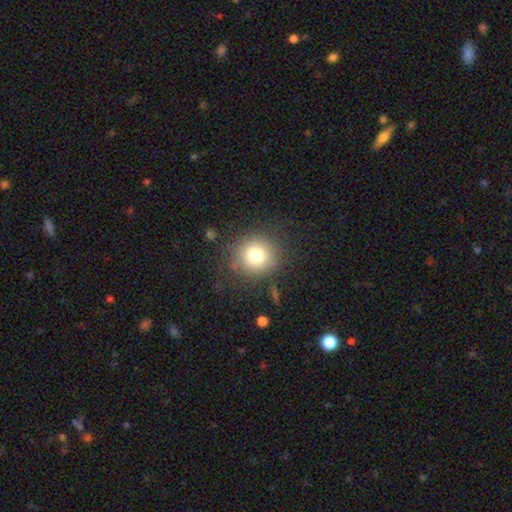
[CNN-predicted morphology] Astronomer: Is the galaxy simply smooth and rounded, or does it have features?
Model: smooth — 76%.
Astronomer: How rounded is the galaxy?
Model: round — 91%.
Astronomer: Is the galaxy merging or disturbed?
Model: none — 84%.